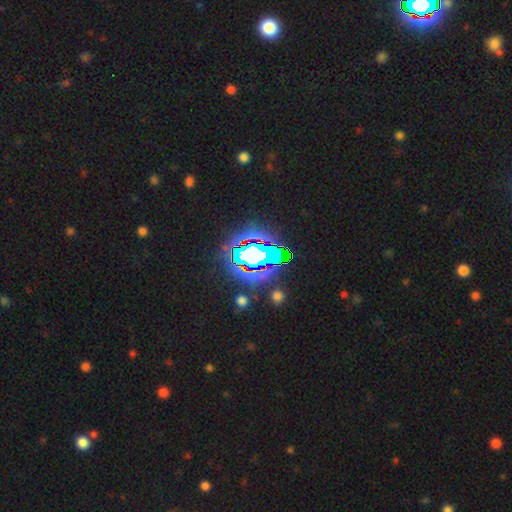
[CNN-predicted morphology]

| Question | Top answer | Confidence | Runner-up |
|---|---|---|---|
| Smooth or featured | star or artifact | 73% | featured or disk (14%) |